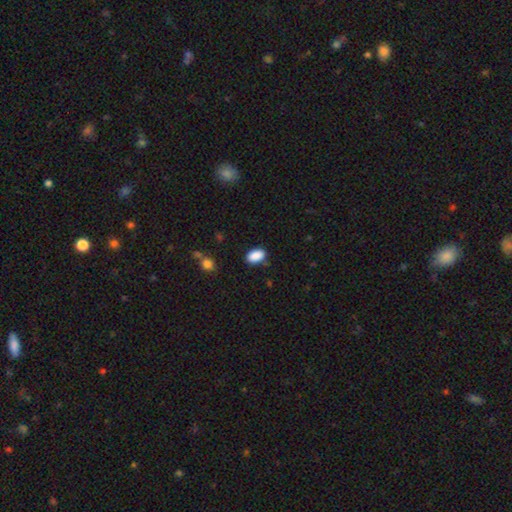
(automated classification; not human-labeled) Morphology: type=smooth (89%); roundness=in between (91%); merging=none (82%).